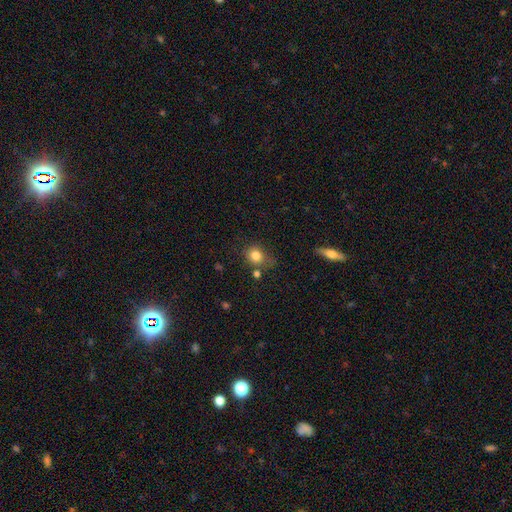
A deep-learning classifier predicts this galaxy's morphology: Smooth or featured?
  - smooth: 81% *
  - star or artifact: 11%
  - featured or disk: 8%
How rounded?
  - round: 71% *
  - in between: 28%
  - cigar-shaped: 1%
Merging?
  - none: 61% *
  - minor disturbance: 22%
  - merger: 9%
  - major disturbance: 8%